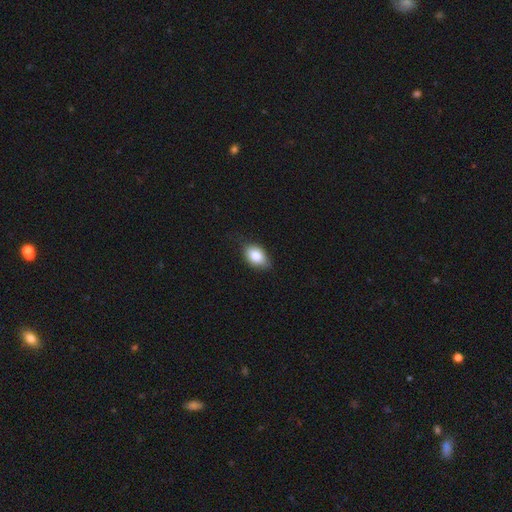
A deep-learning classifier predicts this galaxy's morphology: This appears to be a smooth galaxy with no disk features (81%) that is in between round and cigar-shaped (86%). Merging: none (76%).